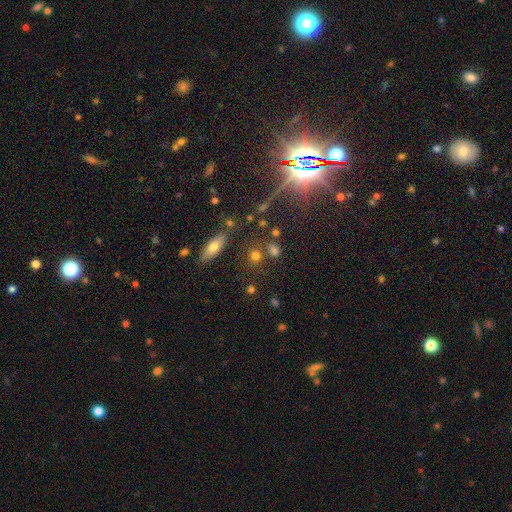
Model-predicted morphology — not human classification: Overall: smooth (73%). How rounded: round (71%). Merging: none (71%).